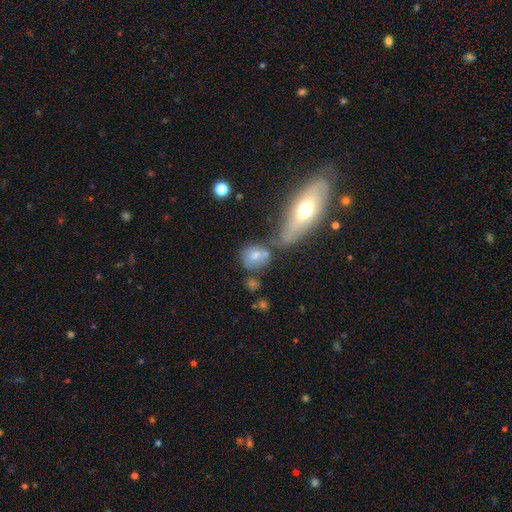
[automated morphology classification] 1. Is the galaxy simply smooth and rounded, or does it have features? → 67% smooth, 22% featured or disk, 10% star or artifact.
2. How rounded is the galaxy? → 59% round, 37% in between, 3% cigar-shaped.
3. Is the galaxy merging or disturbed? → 45% none, 31% merger, 15% minor disturbance, 9% major disturbance.